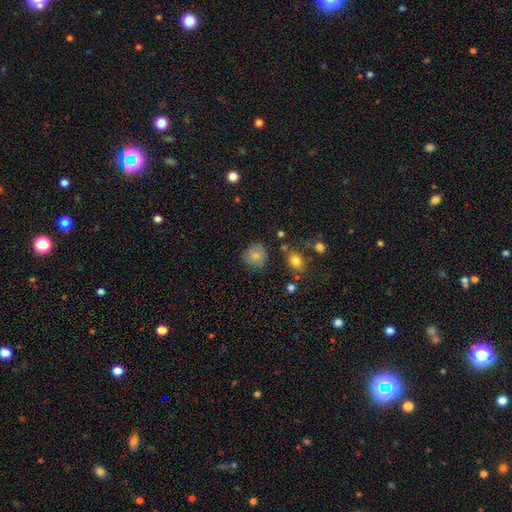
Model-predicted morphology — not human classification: type=smooth (81%); roundness=round (81%); merging=none (73%).